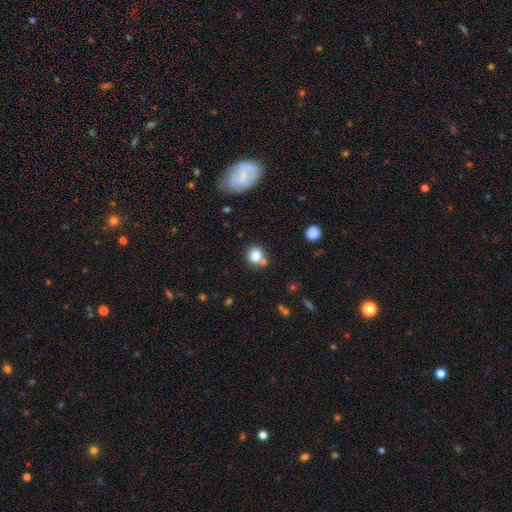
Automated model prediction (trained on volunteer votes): Smooth or featured? Predicted: smooth (p=0.82). How rounded? Predicted: round (p=0.78). Merging? Predicted: none (p=0.64).